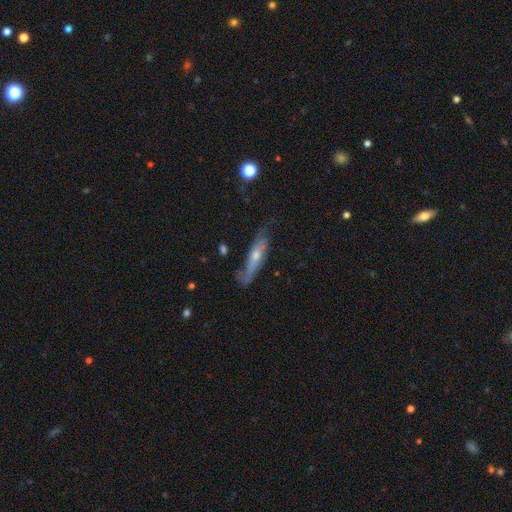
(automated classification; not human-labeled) This is possibly a featured or disk galaxy (55%). It is likely viewed edge-on (69%). Merging: likely none (62%).